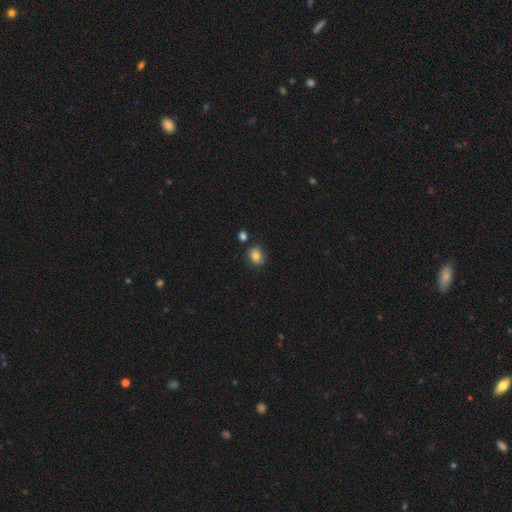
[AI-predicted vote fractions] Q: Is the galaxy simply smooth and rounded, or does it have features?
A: smooth — 81%.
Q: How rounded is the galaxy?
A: in between — 55%.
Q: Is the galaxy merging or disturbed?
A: none — 77%.